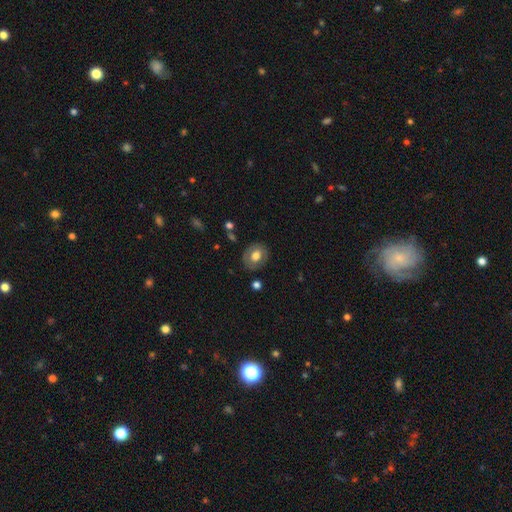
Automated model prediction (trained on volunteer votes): Smooth or featured: smooth — 63% (featured or disk — 29%)
How rounded: round — 54% (in between — 45%)
Merging: none — 82% (minor disturbance — 13%)